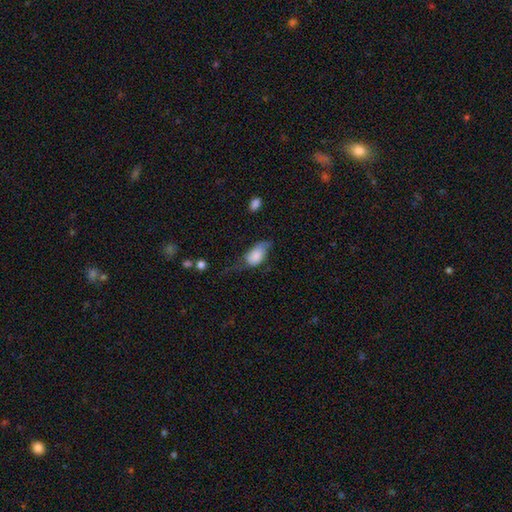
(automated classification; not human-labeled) A smooth galaxy with no disk features (76%) that is in between round and cigar-shaped (92%). Merging: major disturbance (36%).